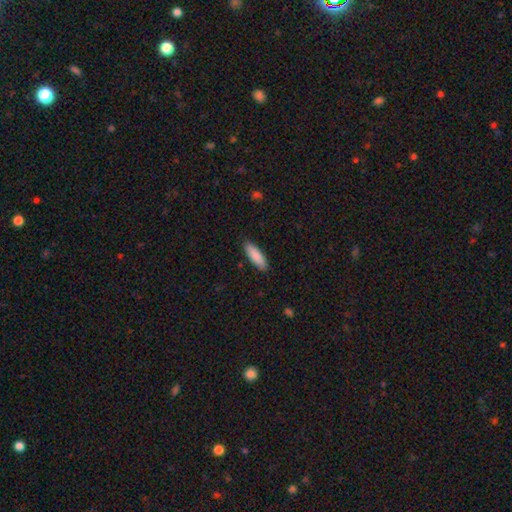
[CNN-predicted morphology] Overall: smooth (88%). How rounded: in between (52%; cigar-shaped 47%). Merging: none (88%).